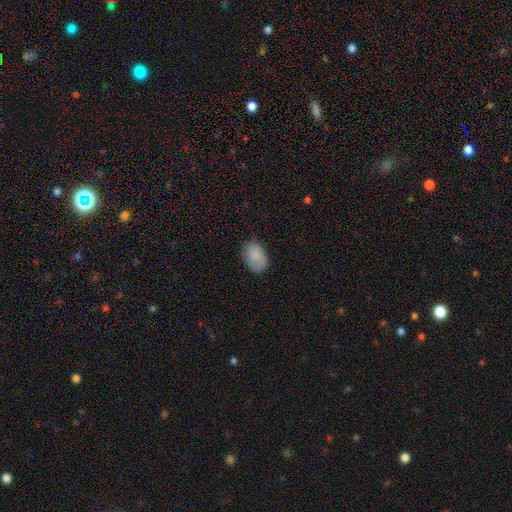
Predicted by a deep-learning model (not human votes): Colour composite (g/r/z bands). It shows a smooth galaxy with no disk features (86%) that is in between round and cigar-shaped (85%). Merging: none (79%).